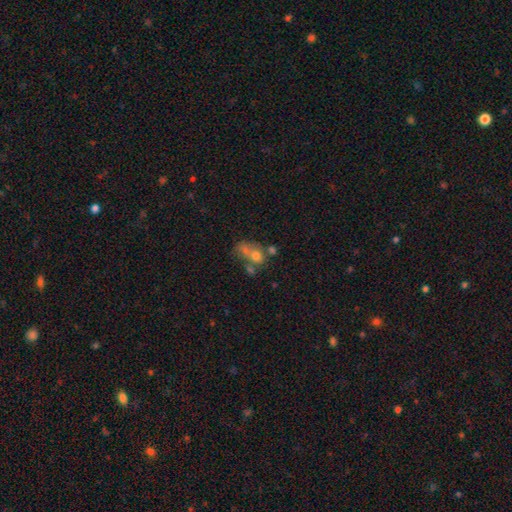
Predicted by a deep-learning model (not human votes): Smooth or featured? smooth (62%)
How rounded? in between (54%)
Merging? merger (50%)